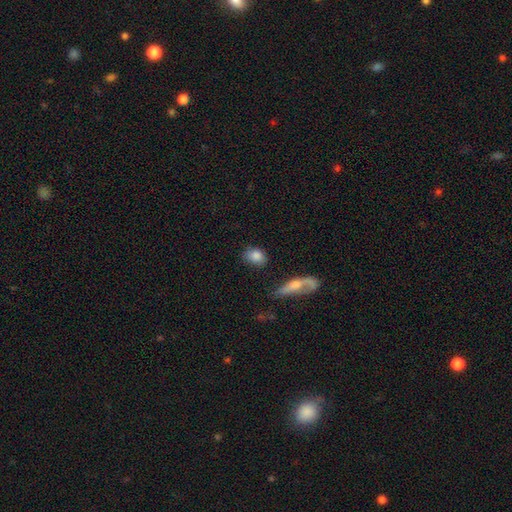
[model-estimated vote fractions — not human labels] Smooth or featured? Predicted: smooth (p=0.85). How rounded? Predicted: in between (p=0.66). Merging? Predicted: none (p=0.72).